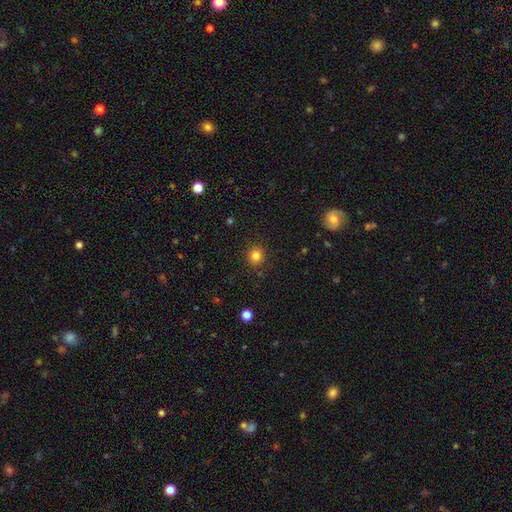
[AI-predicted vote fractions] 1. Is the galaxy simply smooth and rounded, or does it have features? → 83% smooth, 12% star or artifact, 5% featured or disk.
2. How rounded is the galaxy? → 87% round, 12% in between, 1% cigar-shaped.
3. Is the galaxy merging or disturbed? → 89% none, 7% minor disturbance, 2% major disturbance, 1% merger.